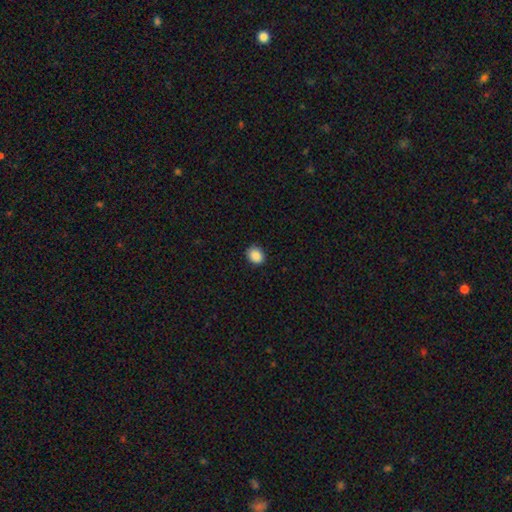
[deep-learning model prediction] Smooth or featured?
  - smooth: 88% *
  - star or artifact: 9%
  - featured or disk: 3%
How rounded?
  - round: 62% *
  - in between: 37%
  - cigar-shaped: 1%
Merging?
  - none: 86% *
  - minor disturbance: 11%
  - major disturbance: 2%
  - merger: 1%